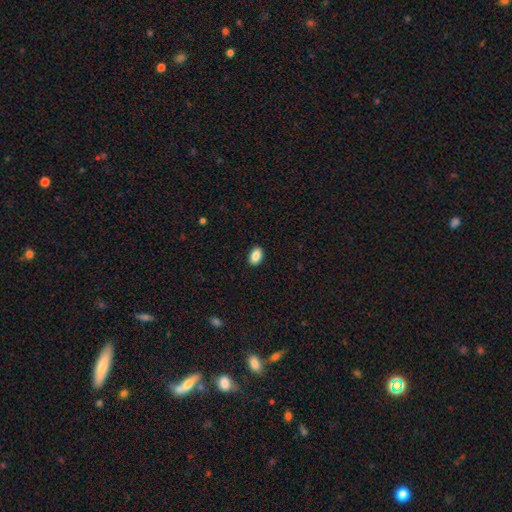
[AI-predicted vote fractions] This appears to be a smooth galaxy with no disk features (88%) that is in between round and cigar-shaped (89%). Merging: none (90%).